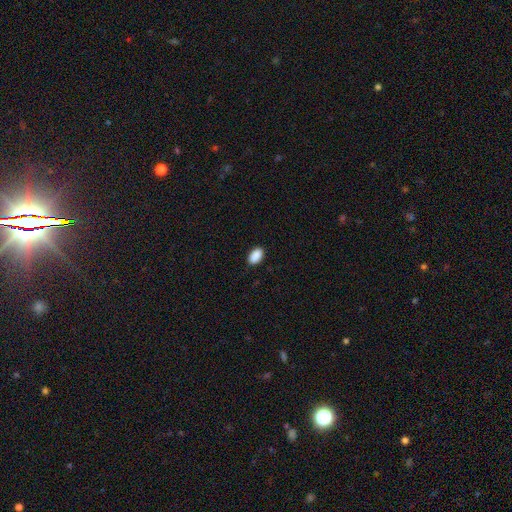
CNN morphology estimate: smooth-or-featured: smooth: 90% | star or artifact: 7% | featured or disk: 3%
  how-rounded: in between: 93% | round: 6% | cigar-shaped: 2%
  merging: none: 87% | minor disturbance: 10% | major disturbance: 2% | merger: 1%